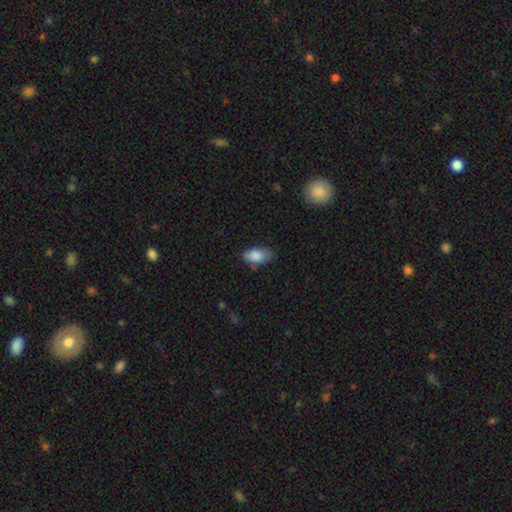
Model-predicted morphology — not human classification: smooth 85%, featured or disk 8%, star or artifact 7%. Down the decision tree: how rounded — in between (92%); merging — none (70%).